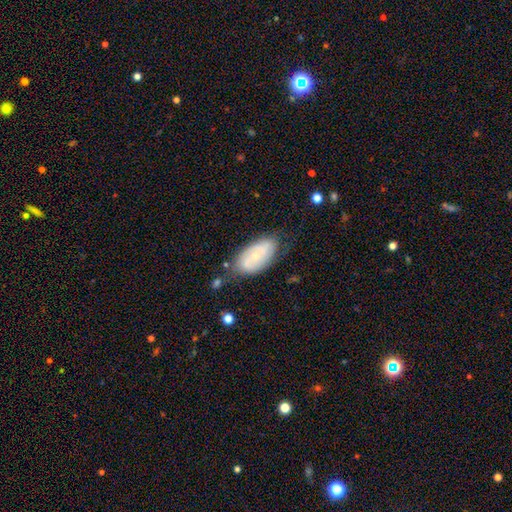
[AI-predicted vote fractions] A featured or disk galaxy (49%). Merging: none (66%).